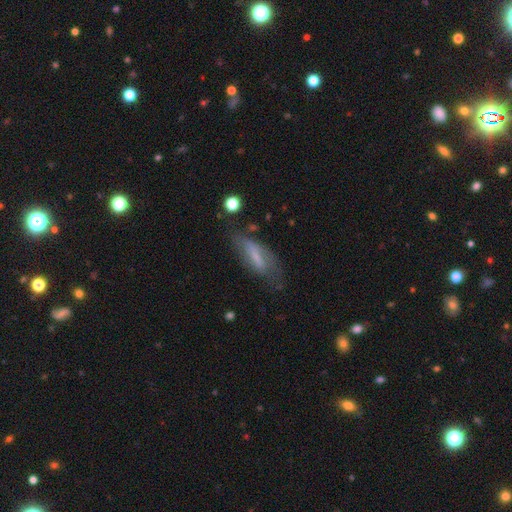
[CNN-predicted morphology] This appears to be a featured or disk galaxy (48%). Merging: none (54%).